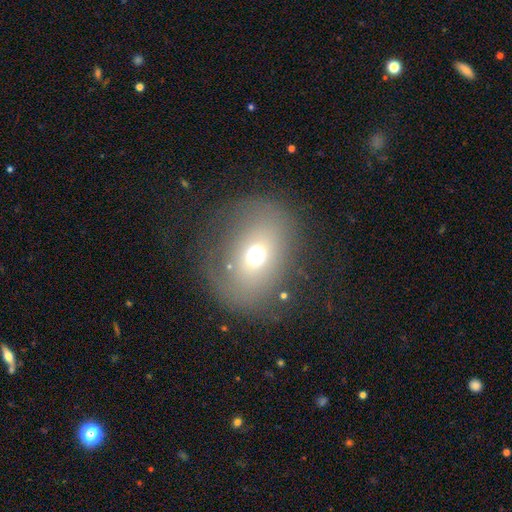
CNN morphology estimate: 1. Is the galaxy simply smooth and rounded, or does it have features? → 59% smooth, 24% featured or disk, 17% star or artifact.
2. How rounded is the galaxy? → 61% in between, 38% round, 2% cigar-shaped.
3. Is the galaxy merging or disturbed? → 62% none, 18% major disturbance, 16% minor disturbance, 3% merger.